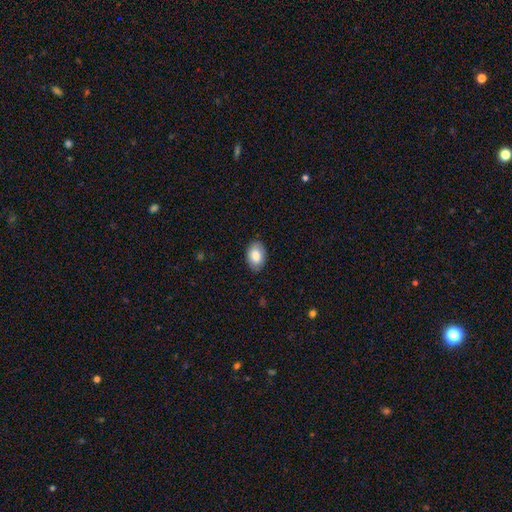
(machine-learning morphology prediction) This appears to be a smooth galaxy with no disk features (85%) that is in between round and cigar-shaped (86%). Merging: none (86%).